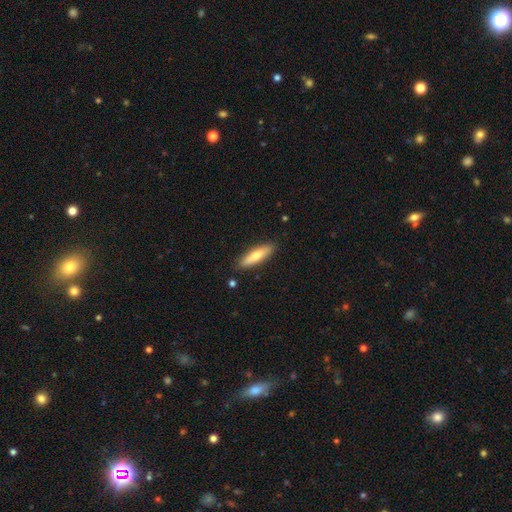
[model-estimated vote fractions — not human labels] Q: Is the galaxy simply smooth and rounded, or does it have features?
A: smooth — 68%.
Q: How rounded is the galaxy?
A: cigar-shaped — 69%.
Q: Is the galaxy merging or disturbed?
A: none — 89%.